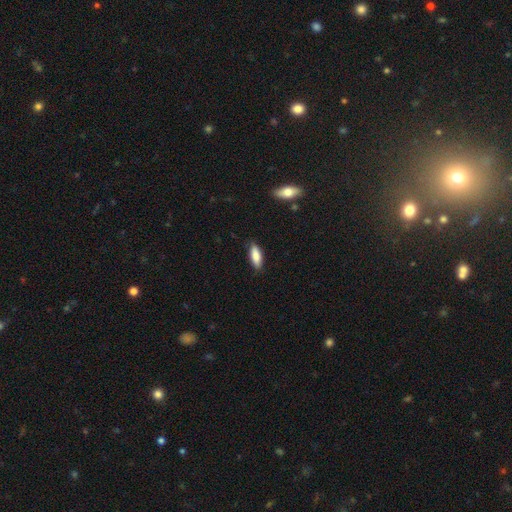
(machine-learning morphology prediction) Overall: smooth (84%). How rounded: in between (66%; cigar-shaped 32%). Merging: none (83%).